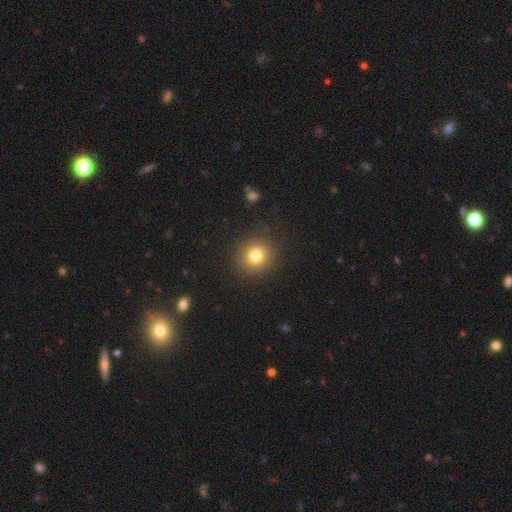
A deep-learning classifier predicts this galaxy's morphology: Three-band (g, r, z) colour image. It shows a smooth galaxy with no disk features (80%) that is round (86%). Merging: none (89%).